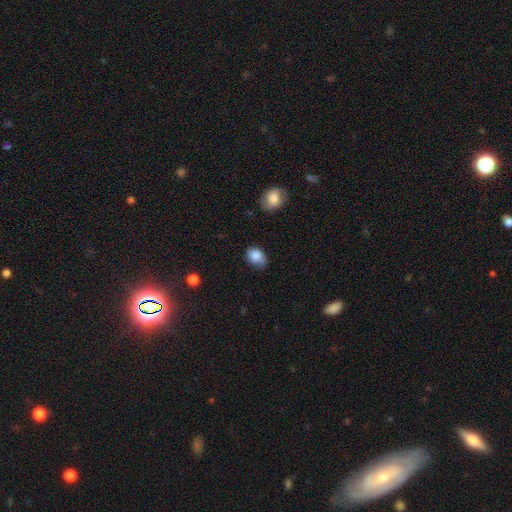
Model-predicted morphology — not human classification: This is clearly a smooth galaxy (83%). How rounded: likely in between (64%). Merging: possibly none (58%).